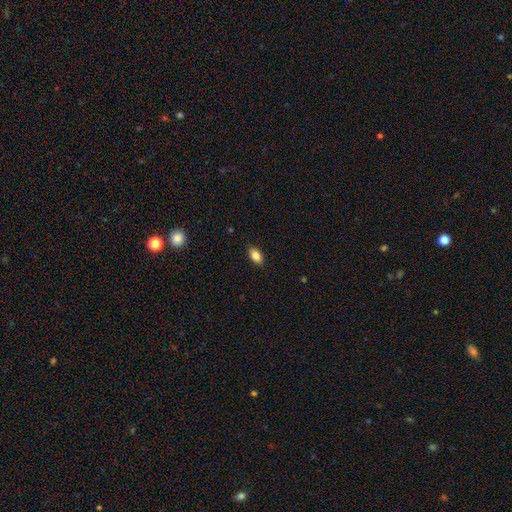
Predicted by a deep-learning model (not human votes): smooth_or_featured: smooth (p=0.85) [alt: star or artifact p=0.08]
how_rounded: in between (p=0.91) [alt: round p=0.05]
merging: none (p=0.88) [alt: minor disturbance p=0.09]